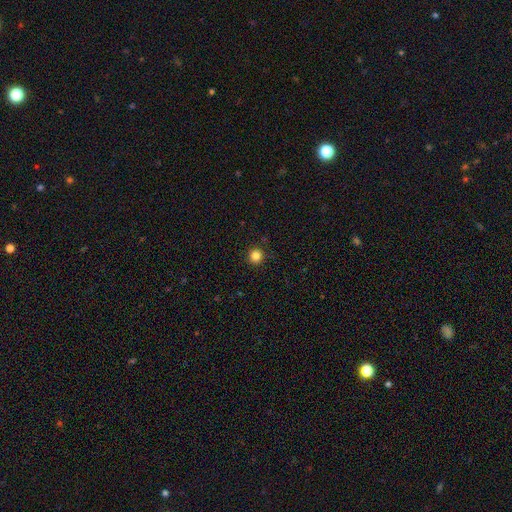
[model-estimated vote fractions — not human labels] Q: Smooth or featured?
A: smooth (84%); runner-up: star or artifact (12%)
Q: How rounded?
A: round (95%); runner-up: in between (4%)
Q: Merging?
A: none (92%); runner-up: minor disturbance (5%)